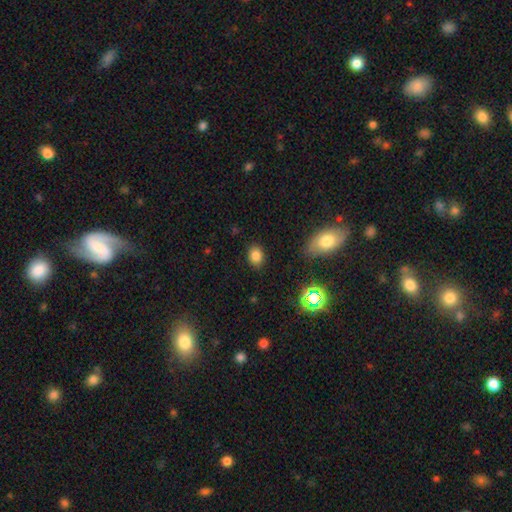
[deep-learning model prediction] This appears to be a smooth galaxy with no disk features (81%) that is in between round and cigar-shaped (59%). Merging: none (86%).